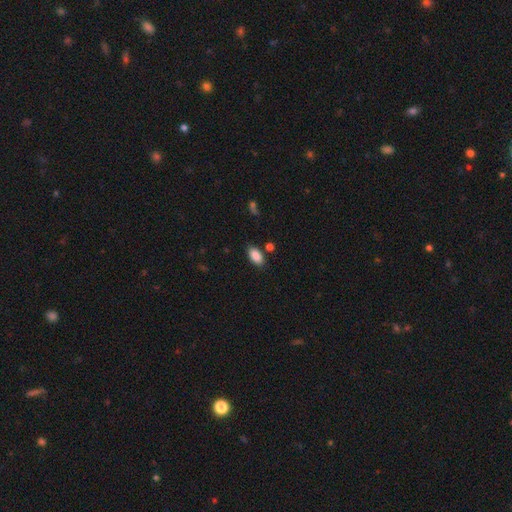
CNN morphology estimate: This is clearly a smooth galaxy (88%). How rounded: clearly in between (93%). Merging: clearly none (82%).